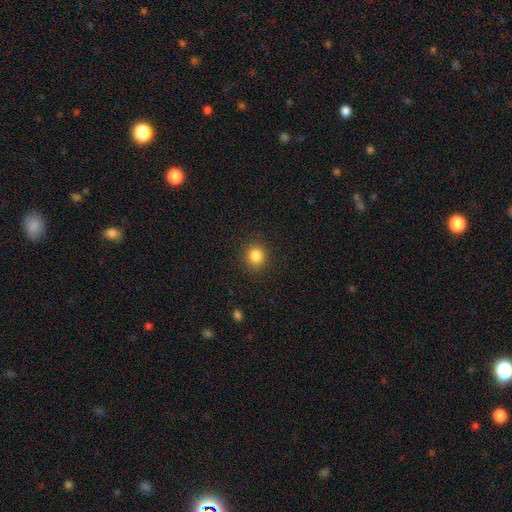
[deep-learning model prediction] A smooth galaxy with no disk features (84%) that is round (85%).

Vote fractions:
- Smooth or featured? smooth: 84% / star or artifact: 11% / featured or disk: 5%
- How rounded? round: 85% / in between: 14% / cigar-shaped: 1%
- Merging? none: 90% / minor disturbance: 7% / major disturbance: 2% / merger: 1%